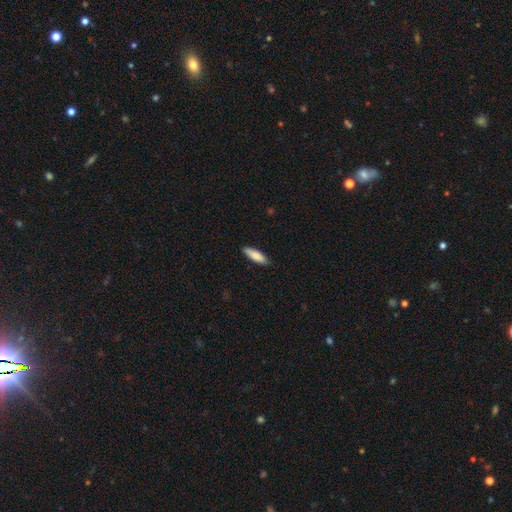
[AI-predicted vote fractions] A smooth galaxy with no disk features (84%) that is cigar-shaped (54%).

Vote fractions:
- Smooth or featured? smooth: 84% / featured or disk: 11% / star or artifact: 5%
- How rounded? cigar-shaped: 54% / in between: 45% / round: 2%
- Merging? none: 86% / minor disturbance: 11% / major disturbance: 2% / merger: 1%